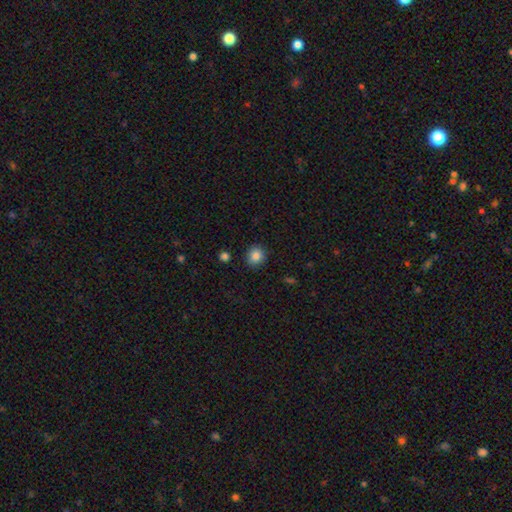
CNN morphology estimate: Q: Smooth or featured?
A: smooth (86%); runner-up: star or artifact (10%)
Q: How rounded?
A: round (84%); runner-up: in between (15%)
Q: Merging?
A: none (89%); runner-up: minor disturbance (7%)